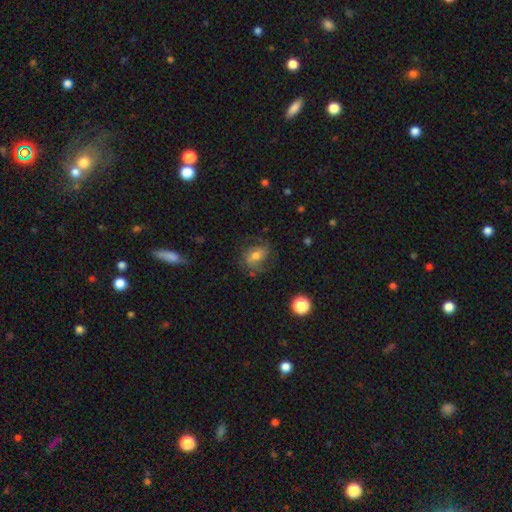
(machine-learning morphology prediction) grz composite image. It shows a smooth galaxy with no disk features (46%). Merging: none (62%).